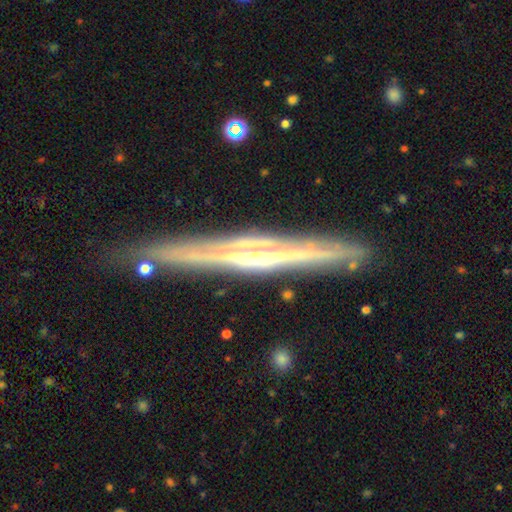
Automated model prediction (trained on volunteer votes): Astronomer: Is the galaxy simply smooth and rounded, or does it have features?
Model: featured or disk — 84%.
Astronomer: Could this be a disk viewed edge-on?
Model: yes — 96%.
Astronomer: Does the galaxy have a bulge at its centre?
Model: rounded — 48% (runner-up: none, 40%).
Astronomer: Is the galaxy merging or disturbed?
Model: none — 86%.